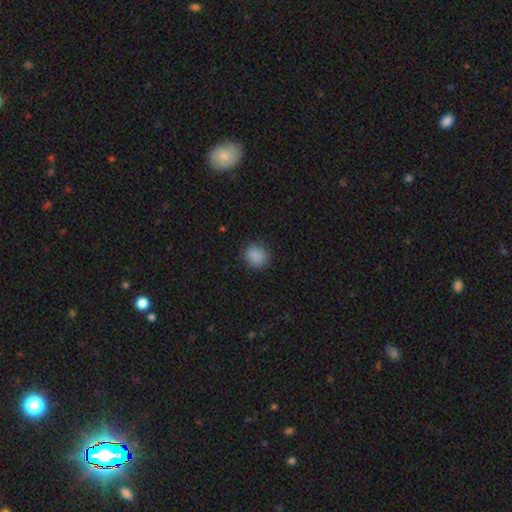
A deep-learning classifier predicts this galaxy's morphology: smooth 88%, star or artifact 10%, featured or disk 3%. Down the decision tree: how rounded — round (83%); merging — none (87%).